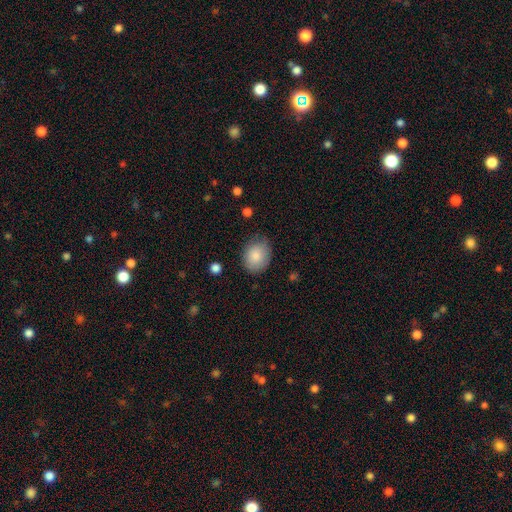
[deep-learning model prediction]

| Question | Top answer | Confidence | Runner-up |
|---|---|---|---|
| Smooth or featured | smooth | 85% | featured or disk (8%) |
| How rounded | in between | 55% | round (44%) |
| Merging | none | 74% | minor disturbance (20%) |